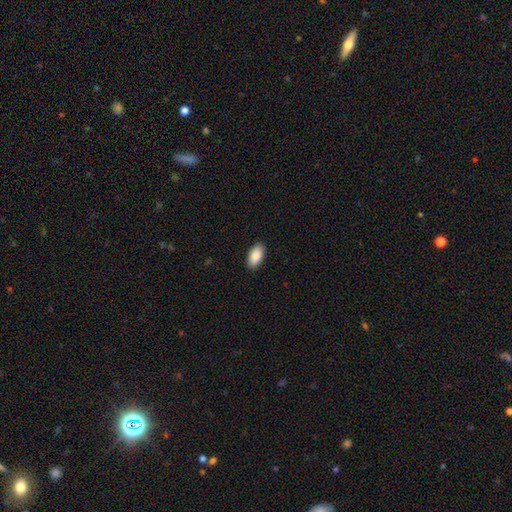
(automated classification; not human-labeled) This is clearly a smooth galaxy (89%). How rounded: clearly in between (94%). Merging: clearly none (90%).